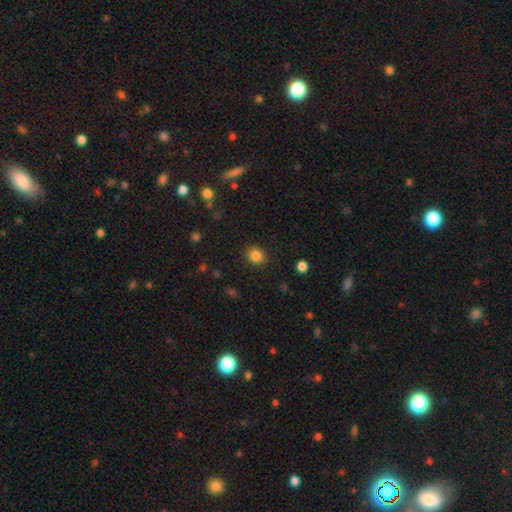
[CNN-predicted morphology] smooth-or-featured: smooth: 85% | star or artifact: 11% | featured or disk: 4%
  how-rounded: round: 64% | in between: 35% | cigar-shaped: 1%
  merging: none: 88% | minor disturbance: 8% | major disturbance: 3% | merger: 1%